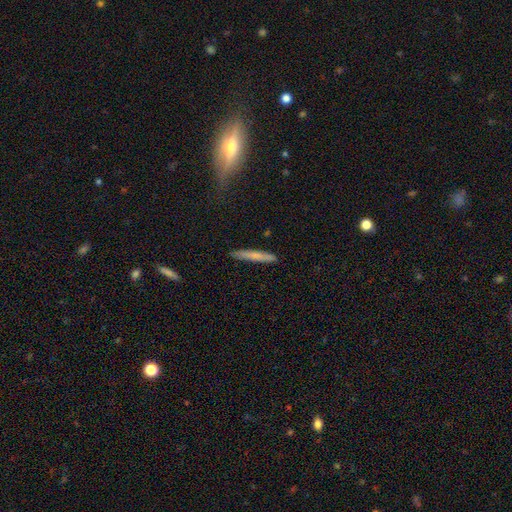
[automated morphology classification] Smooth or featured: smooth — 68% (featured or disk — 26%)
How rounded: cigar-shaped — 95% (in between — 4%)
Merging: none — 87% (minor disturbance — 10%)